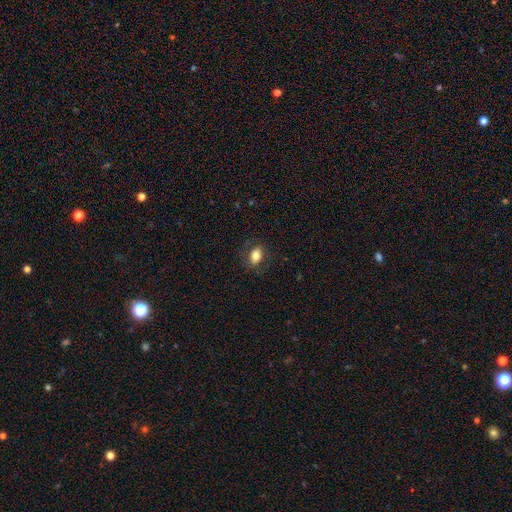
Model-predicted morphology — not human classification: Q: Smooth or featured?
A: smooth (75%); runner-up: featured or disk (16%)
Q: How rounded?
A: in between (81%); runner-up: round (17%)
Q: Merging?
A: none (77%); runner-up: minor disturbance (15%)